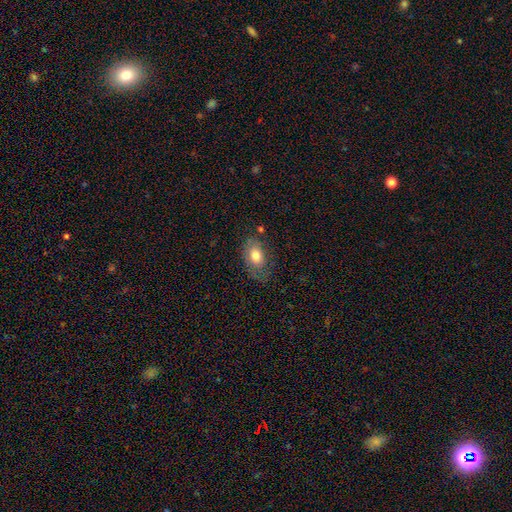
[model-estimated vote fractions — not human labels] This is likely a smooth galaxy (72%). How rounded: clearly in between (87%). Merging: likely none (61%).